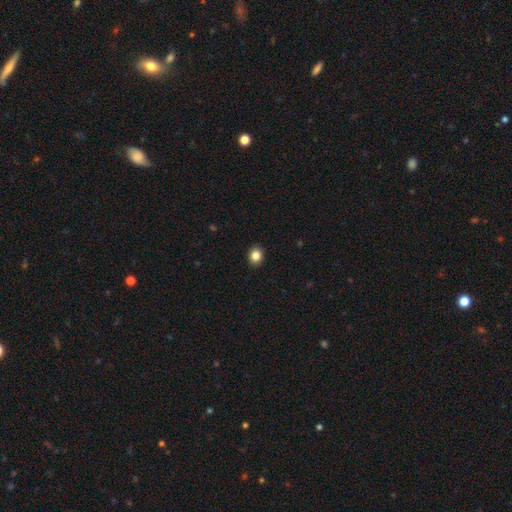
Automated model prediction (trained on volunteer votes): Overall: smooth (85%). How rounded: round (61%; in between 38%). Merging: none (91%).